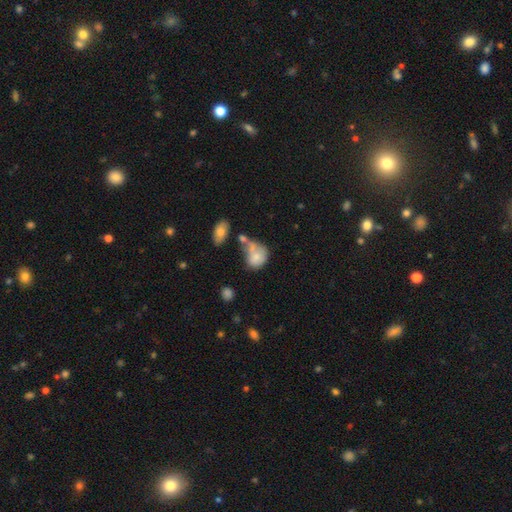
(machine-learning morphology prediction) smooth_or_featured: smooth (p=0.72) [alt: featured or disk p=0.19]
how_rounded: in between (p=0.56) [alt: round p=0.43]
merging: merger (p=0.34) [alt: none p=0.25]